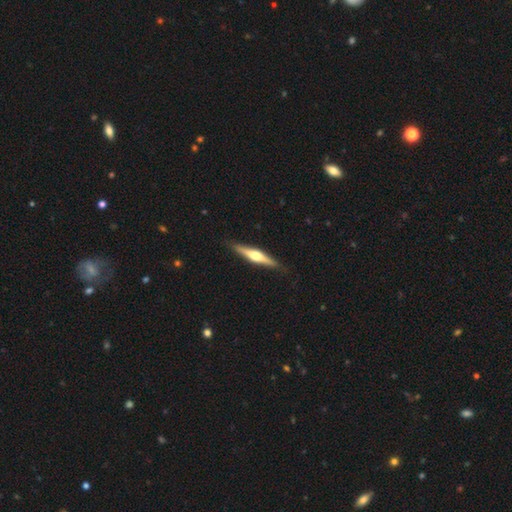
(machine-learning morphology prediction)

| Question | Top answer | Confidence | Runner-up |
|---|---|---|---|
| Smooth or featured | featured or disk | 69% | smooth (26%) |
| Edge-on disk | yes | 97% | no (3%) |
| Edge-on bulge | rounded | 93% | boxy (5%) |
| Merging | none | 89% | minor disturbance (9%) |